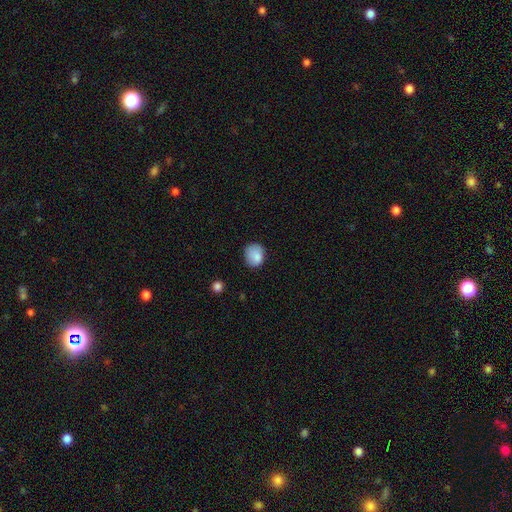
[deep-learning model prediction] Q: Smooth or featured?
A: smooth (84%); runner-up: star or artifact (9%)
Q: How rounded?
A: round (59%); runner-up: in between (40%)
Q: Merging?
A: none (68%); runner-up: minor disturbance (25%)